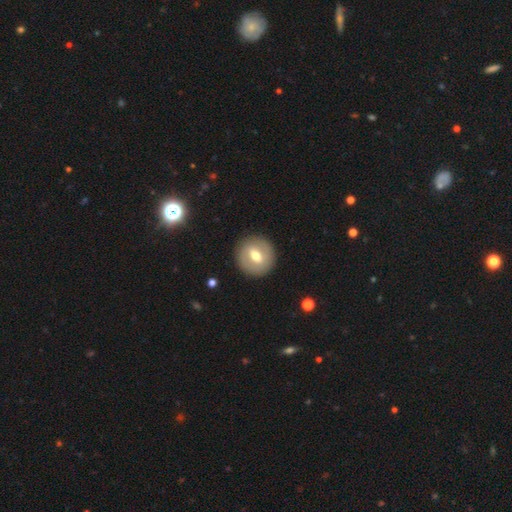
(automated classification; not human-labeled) Smooth or featured: smooth — 51% (featured or disk — 42%)
How rounded: round — 85% (in between — 14%)
Merging: none — 89% (minor disturbance — 7%)